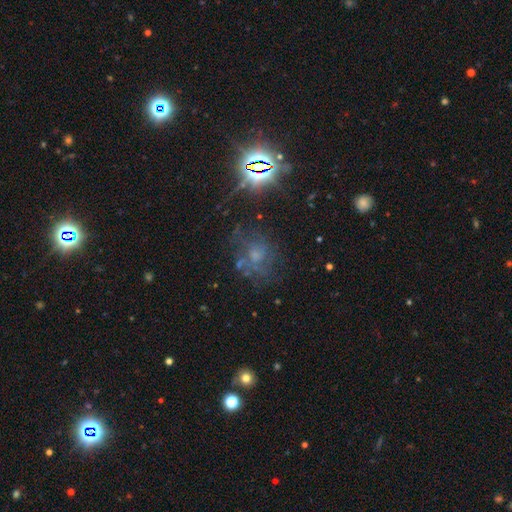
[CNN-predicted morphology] This appears to be a star or artifact, not a galaxy (39%).